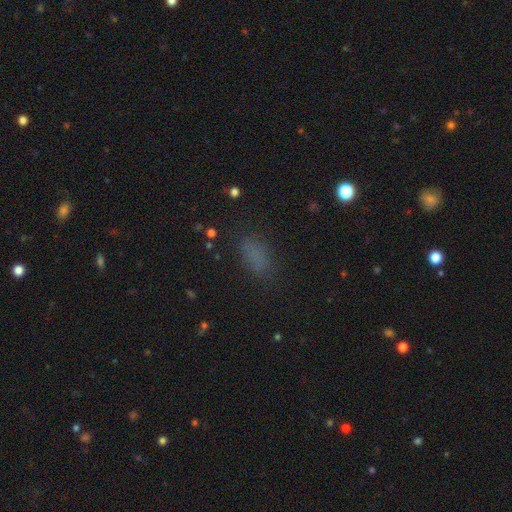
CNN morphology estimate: This is likely a smooth galaxy (76%). How rounded: clearly in between (84%). Merging: likely none (78%).